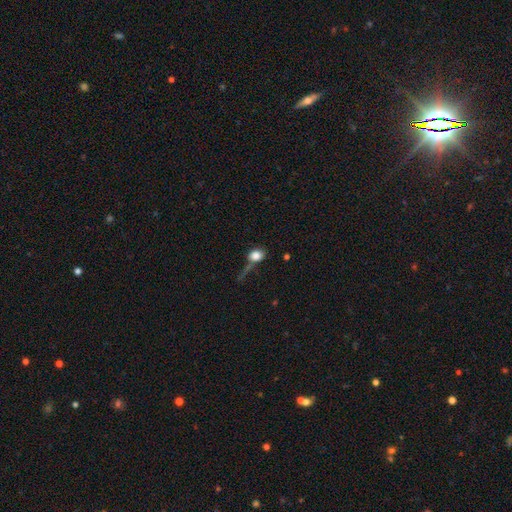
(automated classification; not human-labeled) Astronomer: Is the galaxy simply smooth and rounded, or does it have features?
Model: smooth — 79%.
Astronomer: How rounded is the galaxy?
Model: in between — 56% (runner-up: round, 40%).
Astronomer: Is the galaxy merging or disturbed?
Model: none — 38% (runner-up: major disturbance, 25%).